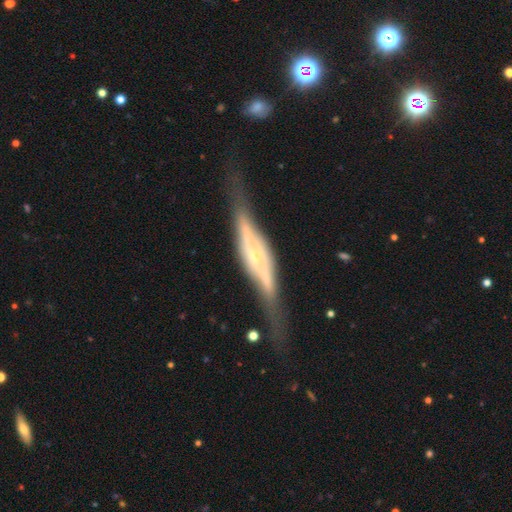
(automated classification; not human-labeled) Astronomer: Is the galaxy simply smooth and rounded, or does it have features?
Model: featured or disk — 80%.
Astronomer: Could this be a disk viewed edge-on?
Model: yes — 85%.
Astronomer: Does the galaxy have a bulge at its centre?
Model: rounded — 60%.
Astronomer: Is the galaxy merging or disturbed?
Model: none — 65%.